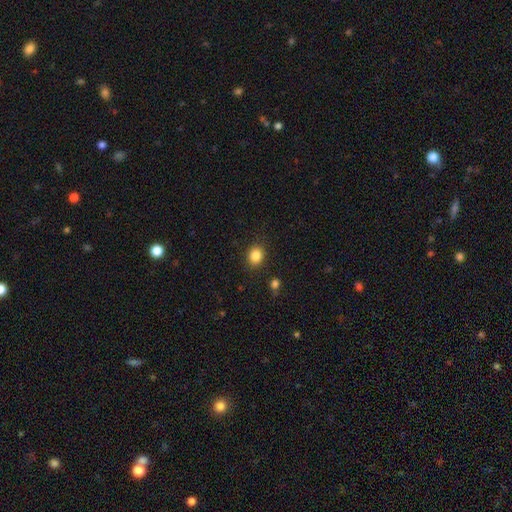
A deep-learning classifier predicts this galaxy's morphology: A smooth galaxy with no disk features (85%) that is round (60%).

Vote fractions:
- Smooth or featured? smooth: 85% / star or artifact: 10% / featured or disk: 5%
- How rounded? round: 60% / in between: 40% / cigar-shaped: 1%
- Merging? none: 87% / minor disturbance: 8% / major disturbance: 3% / merger: 2%